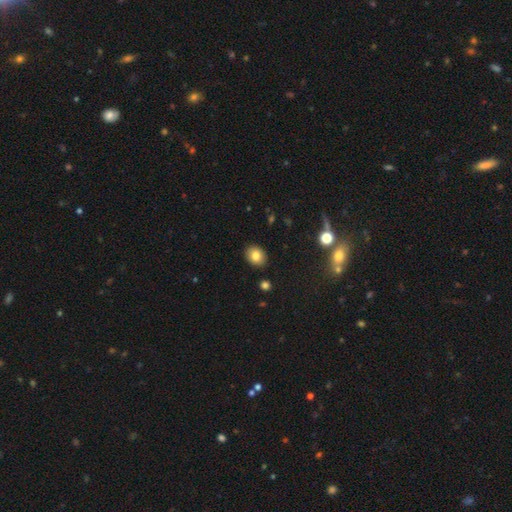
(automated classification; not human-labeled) Smooth or featured: smooth — 81% (star or artifact — 10%)
How rounded: in between — 52% (round — 47%)
Merging: none — 90% (minor disturbance — 7%)